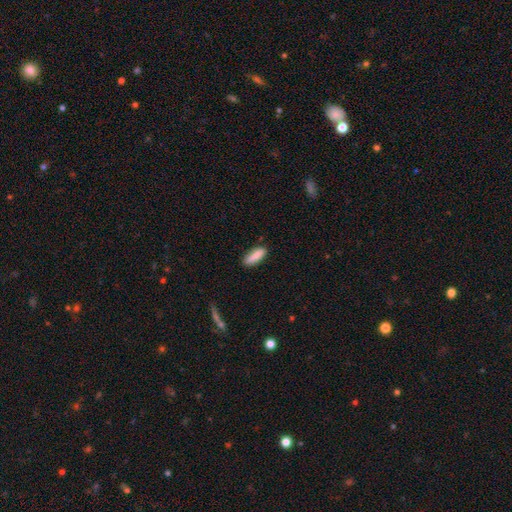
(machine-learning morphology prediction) smooth_or_featured: smooth (p=0.84) [alt: featured or disk p=0.09]
how_rounded: cigar-shaped (p=0.49) [tied with: in between p=0.49]
merging: none (p=0.83) [alt: minor disturbance p=0.12]